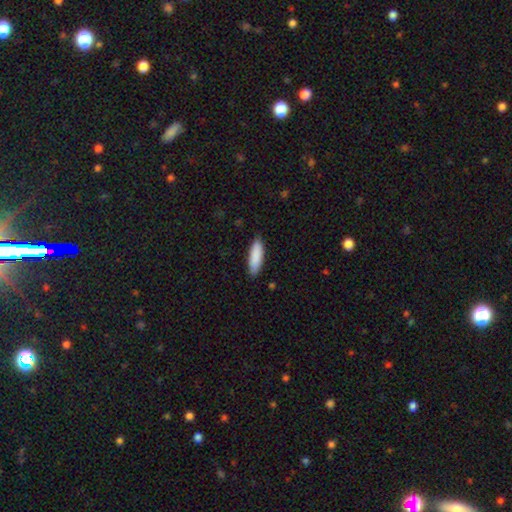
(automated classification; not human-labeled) A smooth galaxy with no disk features (89%) that is cigar-shaped (51%). Merging: none (87%).